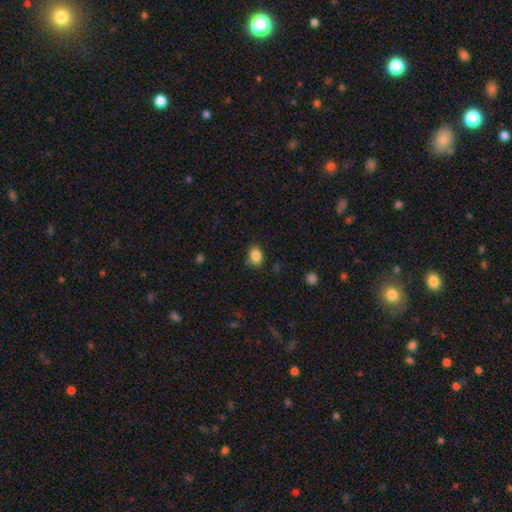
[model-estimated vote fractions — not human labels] This is clearly a smooth galaxy (86%). How rounded: likely in between (62%). Merging: likely none (79%).